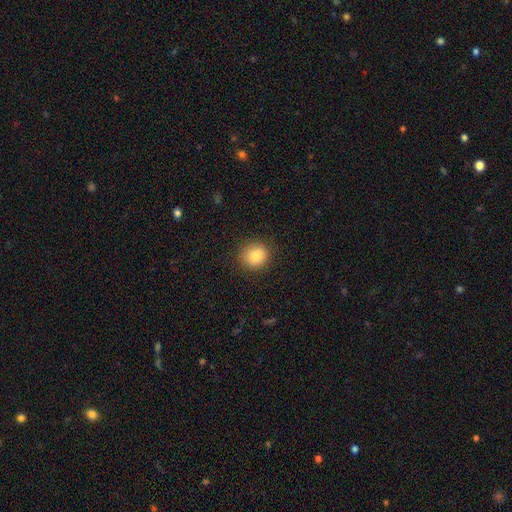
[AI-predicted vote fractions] This is clearly a smooth galaxy (82%). How rounded: clearly round (86%). Merging: clearly none (89%).